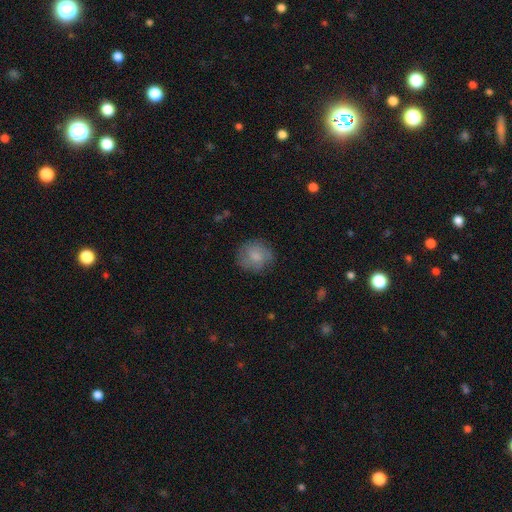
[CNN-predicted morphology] Q: Smooth or featured?
A: smooth (71%); runner-up: featured or disk (22%)
Q: How rounded?
A: round (86%); runner-up: in between (13%)
Q: Merging?
A: none (76%); runner-up: minor disturbance (17%)